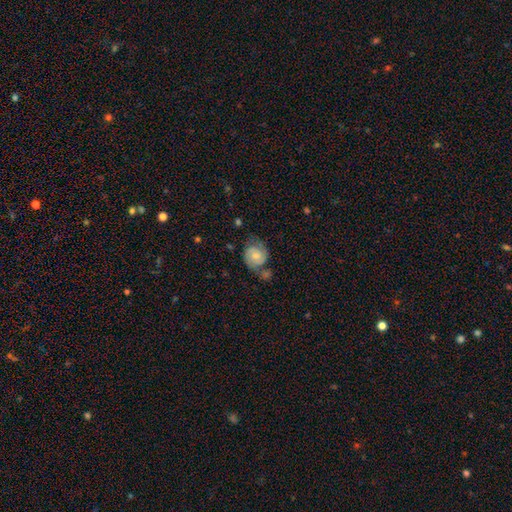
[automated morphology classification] The model was most divided on "bulge size": small: 46%, moderate: 43%, none: 6%, large: 4%, dominant: 1%. Remaining: edge-on disk — no (98%); spiral arms — yes (92%); spiral arm count — 2 (84%); smooth or featured — featured or disk (64%); bar — no (62%); merging — none (54%); spiral winding — tight (47%).